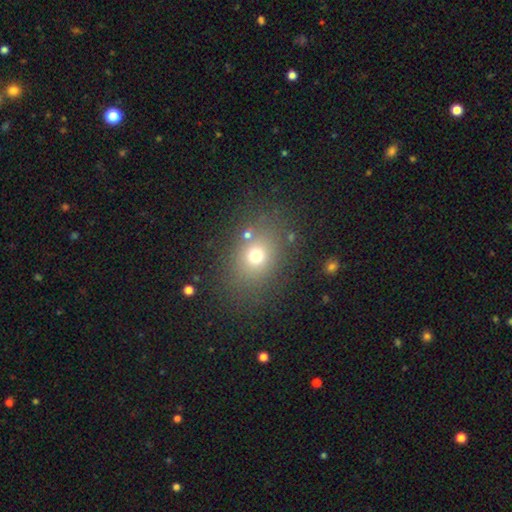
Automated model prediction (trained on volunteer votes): Q: Smooth or featured?
A: smooth (69%); runner-up: star or artifact (19%)
Q: How rounded?
A: round (52%); runner-up: in between (47%)
Q: Merging?
A: none (79%); runner-up: minor disturbance (11%)